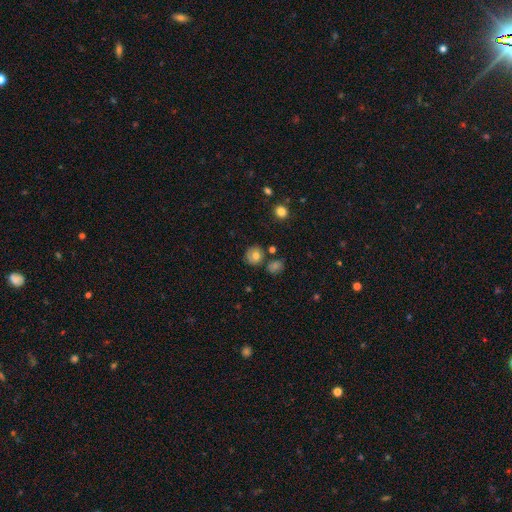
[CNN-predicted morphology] Smooth or featured? smooth (70%)
How rounded? round (82%)
Merging? none (74%)